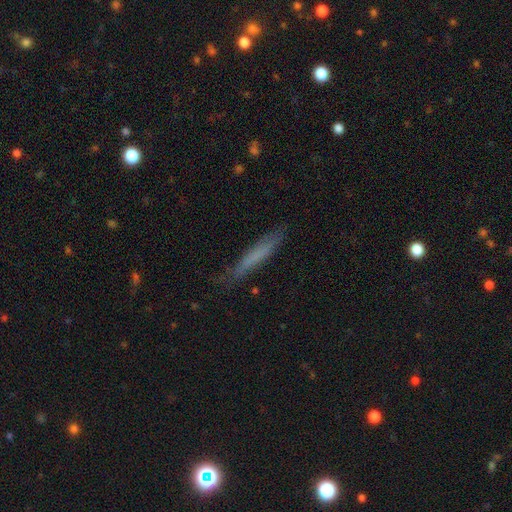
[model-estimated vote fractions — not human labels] Smooth or featured? Predicted: smooth (p=0.62). How rounded? Predicted: cigar-shaped (p=0.92). Merging? Predicted: none (p=0.77).